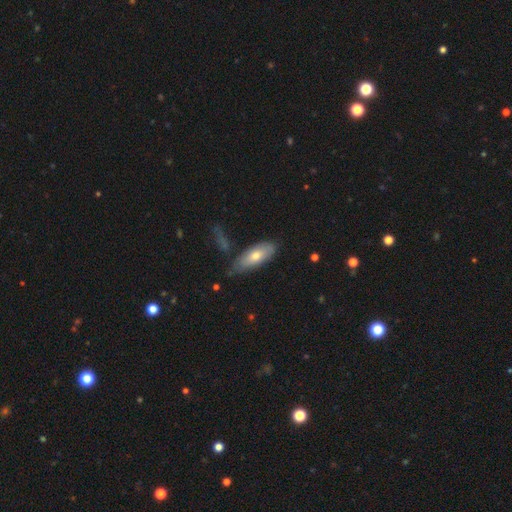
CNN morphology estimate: Smooth or featured? Predicted: smooth (p=0.67). How rounded? Predicted: in between (p=0.76). Merging? Predicted: none (p=0.68).